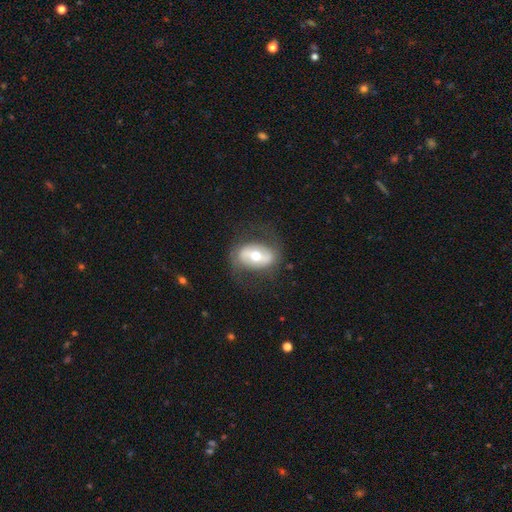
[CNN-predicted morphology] smooth_or_featured: featured or disk (p=0.61) [alt: smooth p=0.32]
disk_edge_on: no (p=0.91) [alt: yes p=0.09]
bar: strong (p=0.43) [alt: no p=0.29]
has_spiral_arms: yes (p=0.53) [alt: no p=0.47]
bulge_size: moderate (p=0.70) [alt: small p=0.19]
merging: none (p=0.72) [alt: minor disturbance p=0.16]